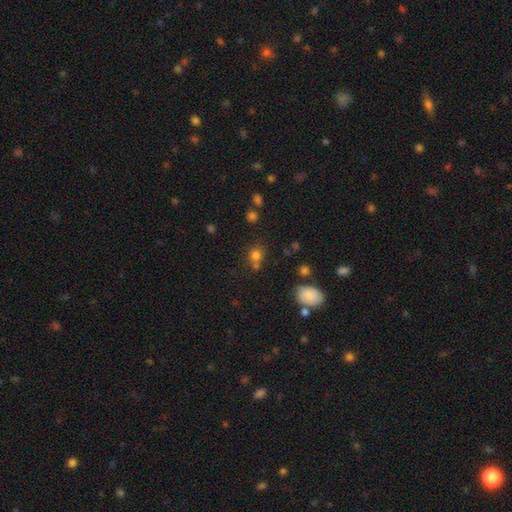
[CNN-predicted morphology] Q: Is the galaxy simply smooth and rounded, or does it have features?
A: smooth — 77%.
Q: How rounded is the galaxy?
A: round — 75%.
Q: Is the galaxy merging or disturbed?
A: none — 58%.